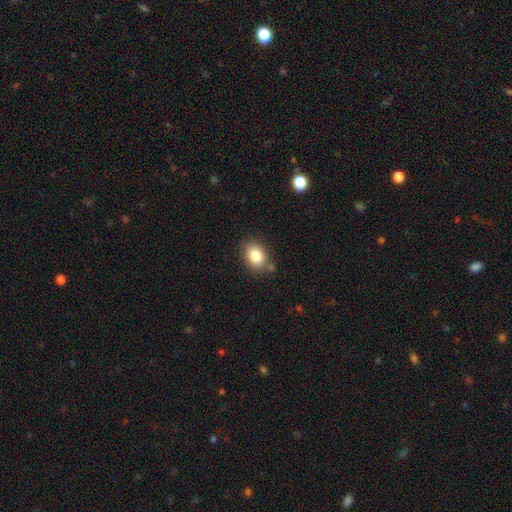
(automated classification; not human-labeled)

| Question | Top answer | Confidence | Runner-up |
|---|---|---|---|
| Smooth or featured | smooth | 84% | star or artifact (9%) |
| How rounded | in between | 61% | round (38%) |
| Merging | none | 76% | minor disturbance (15%) |